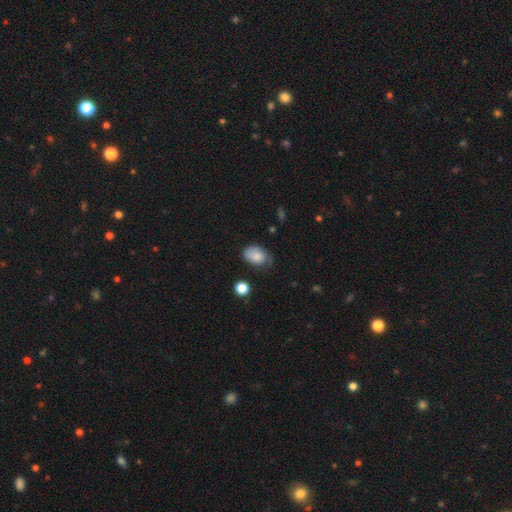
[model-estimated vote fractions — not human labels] A smooth galaxy with no disk features (79%) that is in between round and cigar-shaped (82%).

Vote fractions:
- Smooth or featured? smooth: 79% / featured or disk: 13% / star or artifact: 8%
- How rounded? in between: 82% / round: 17% / cigar-shaped: 1%
- Merging? none: 50% / minor disturbance: 36% / major disturbance: 12% / merger: 2%